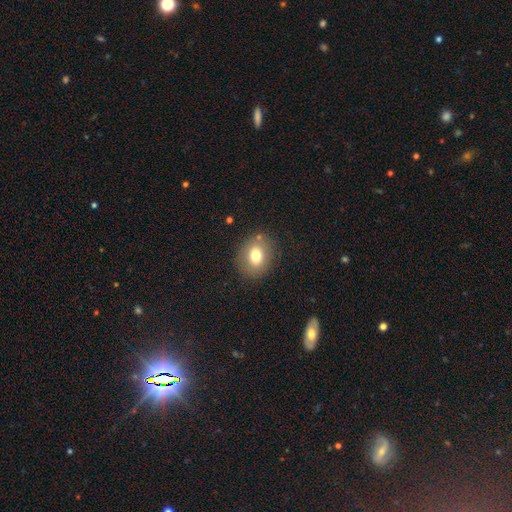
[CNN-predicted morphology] Smooth or featured? smooth (74%)
How rounded? round (54%)
Merging? none (82%)